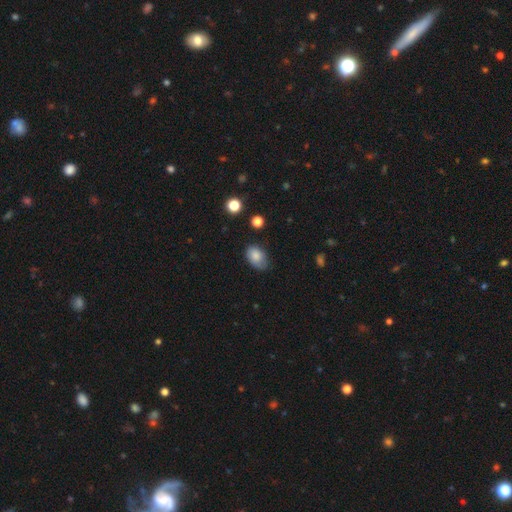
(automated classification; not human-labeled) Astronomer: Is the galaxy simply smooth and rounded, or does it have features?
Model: smooth — 82%.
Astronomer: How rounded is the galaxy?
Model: in between — 85%.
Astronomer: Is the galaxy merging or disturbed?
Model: none — 63%.